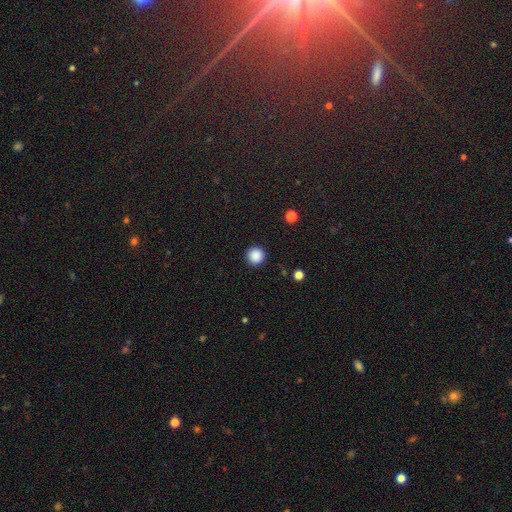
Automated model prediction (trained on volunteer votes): The model was most divided on "smooth or featured": smooth: 87%, star or artifact: 10%, featured or disk: 3%. More confident: how rounded — round (96%); merging — none (92%).